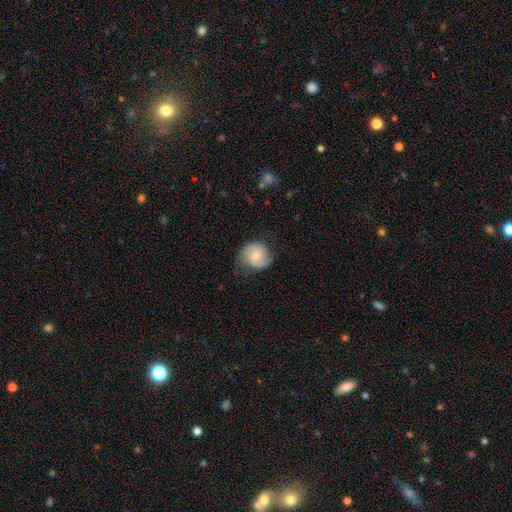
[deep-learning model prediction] Overall: featured or disk (52%; smooth 41%). Edge-on disk: no (98%). Bar: no (58%; weak 36%). Spiral arms: yes (89%). Bulge size: moderate (50%; small 41%). Merging: none (69%).